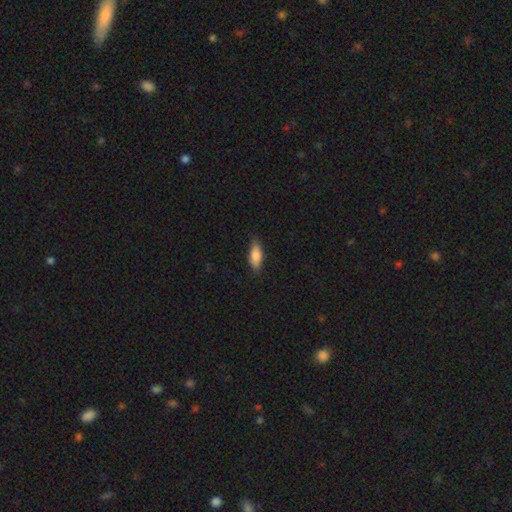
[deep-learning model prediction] Q: Smooth or featured?
A: smooth (81%); runner-up: featured or disk (13%)
Q: How rounded?
A: in between (74%); runner-up: cigar-shaped (24%)
Q: Merging?
A: none (82%); runner-up: minor disturbance (14%)